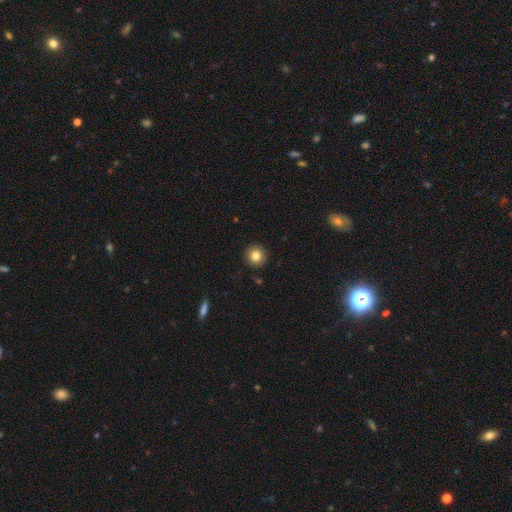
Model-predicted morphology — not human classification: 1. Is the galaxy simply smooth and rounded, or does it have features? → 83% smooth, 10% star or artifact, 7% featured or disk.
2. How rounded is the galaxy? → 94% round, 5% in between, 1% cigar-shaped.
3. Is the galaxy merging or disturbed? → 91% none, 6% minor disturbance, 2% major disturbance, 1% merger.